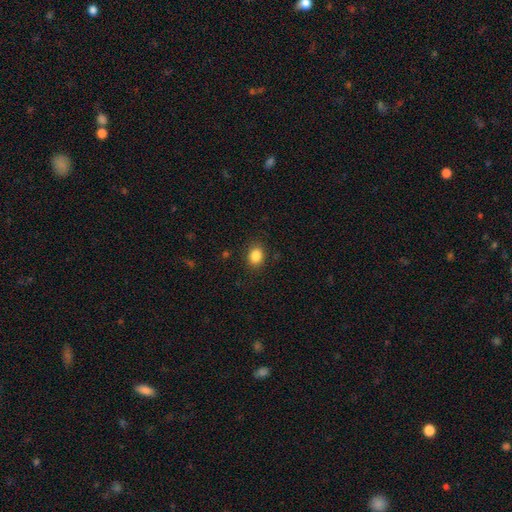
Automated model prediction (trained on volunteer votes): Smooth or featured? smooth (85%)
How rounded? in between (52%)
Merging? none (86%)